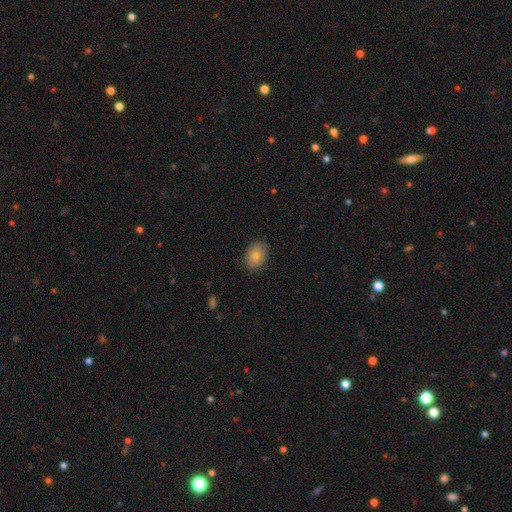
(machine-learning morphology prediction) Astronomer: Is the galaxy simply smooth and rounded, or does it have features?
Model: smooth — 82%.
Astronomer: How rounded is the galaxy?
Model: in between — 73%.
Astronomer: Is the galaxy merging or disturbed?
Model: none — 84%.